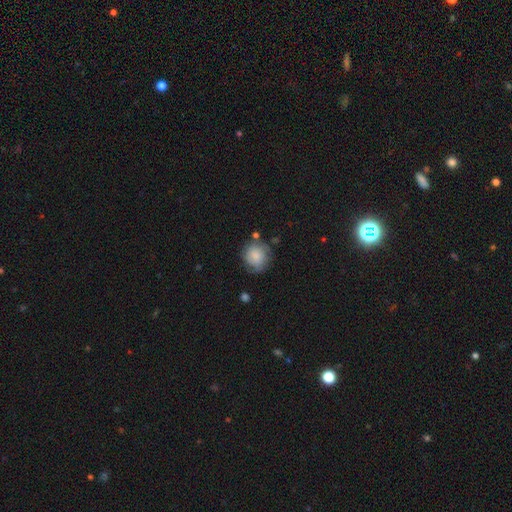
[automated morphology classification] Q: Smooth or featured?
A: smooth (71%); runner-up: featured or disk (22%)
Q: How rounded?
A: round (83%); runner-up: in between (16%)
Q: Merging?
A: none (65%); runner-up: minor disturbance (23%)